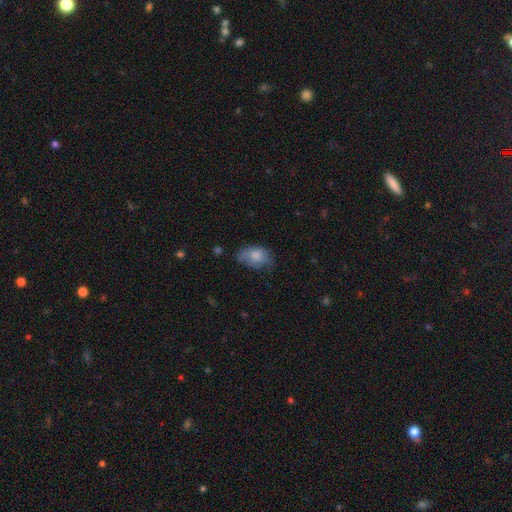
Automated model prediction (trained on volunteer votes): A smooth galaxy with no disk features (73%) that is in between round and cigar-shaped (87%).

Vote fractions:
- Smooth or featured? smooth: 73% / featured or disk: 19% / star or artifact: 8%
- How rounded? in between: 87% / round: 11% / cigar-shaped: 2%
- Merging? none: 50% / minor disturbance: 35% / major disturbance: 13% / merger: 2%